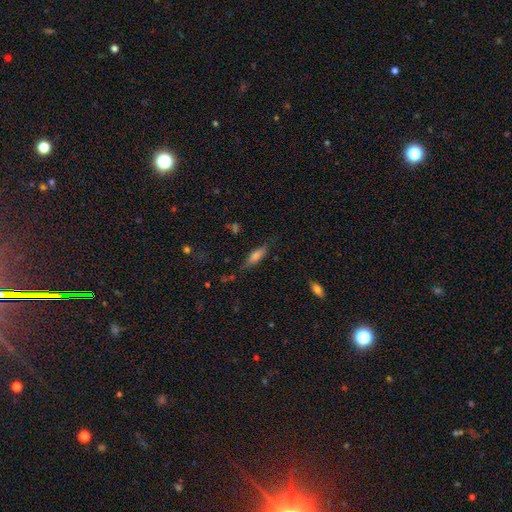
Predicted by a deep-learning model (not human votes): Smooth or featured?
  - smooth: 64% *
  - featured or disk: 27%
  - star or artifact: 9%
How rounded?
  - cigar-shaped: 53% *
  - in between: 45%
  - round: 2%
Merging?
  - none: 73% *
  - minor disturbance: 19%
  - major disturbance: 5%
  - merger: 2%